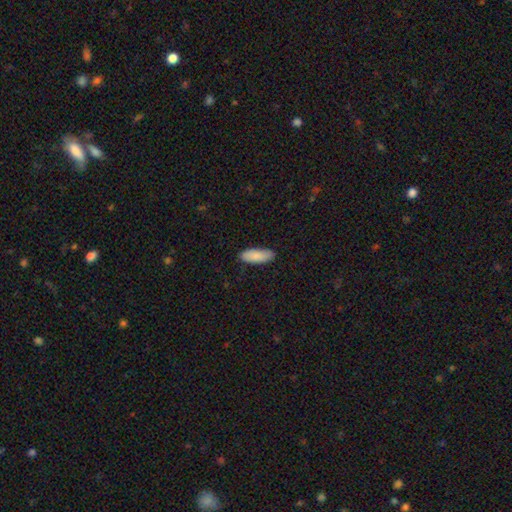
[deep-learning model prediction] Smooth or featured: smooth — 88% (featured or disk — 7%)
How rounded: in between — 71% (cigar-shaped — 27%)
Merging: none — 87% (minor disturbance — 10%)